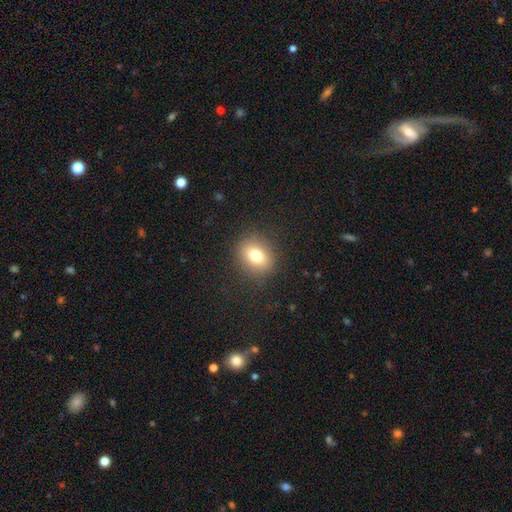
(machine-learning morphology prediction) This is likely a smooth galaxy (78%). How rounded: possibly round (55%). Merging: clearly none (87%).